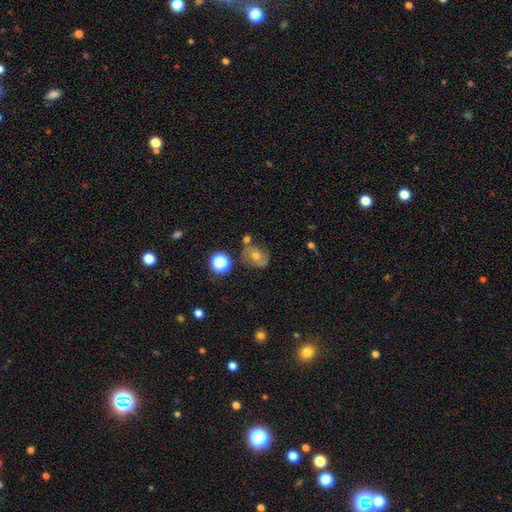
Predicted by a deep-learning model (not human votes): A smooth galaxy with no disk features (40%). Merging: none (66%).